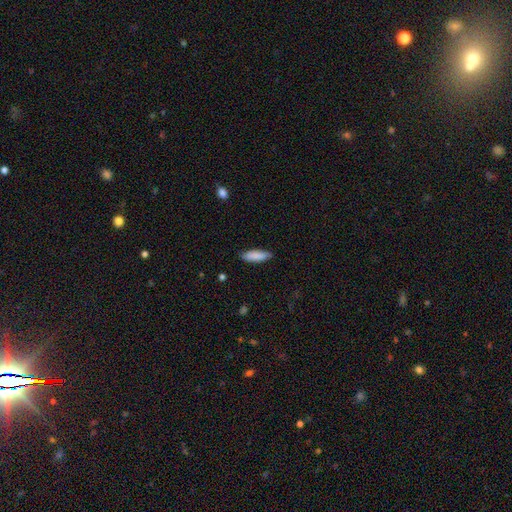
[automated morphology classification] smooth 87%, featured or disk 7%, star or artifact 6%. Down the decision tree: how rounded — cigar-shaped (52%); merging — none (85%).